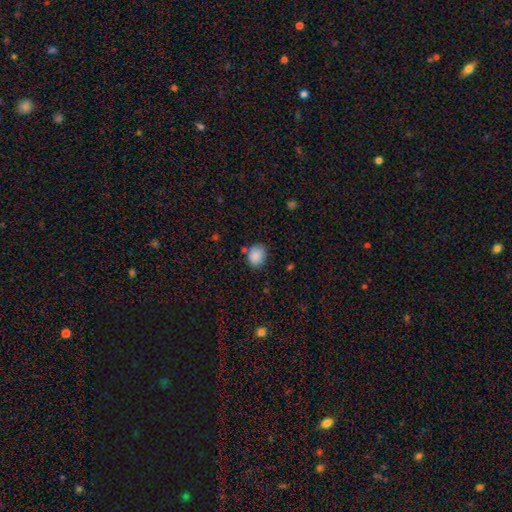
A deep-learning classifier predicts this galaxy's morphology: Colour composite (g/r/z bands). It shows a smooth galaxy with no disk features (88%) that is round (56%). Merging: none (80%).